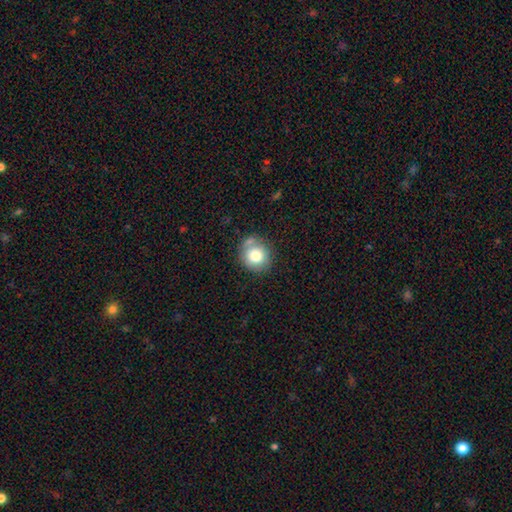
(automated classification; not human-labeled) smooth 78%, featured or disk 12%, star or artifact 9%. Down the decision tree: how rounded — round (87%); merging — none (66%).